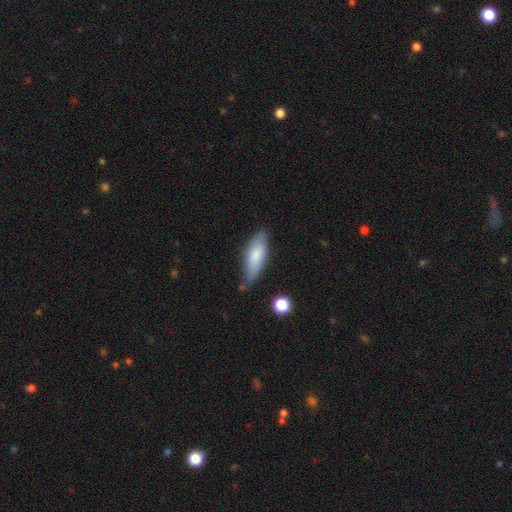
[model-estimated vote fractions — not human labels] A smooth galaxy with no disk features (75%) that is in between round and cigar-shaped (57%). Merging: none (67%).